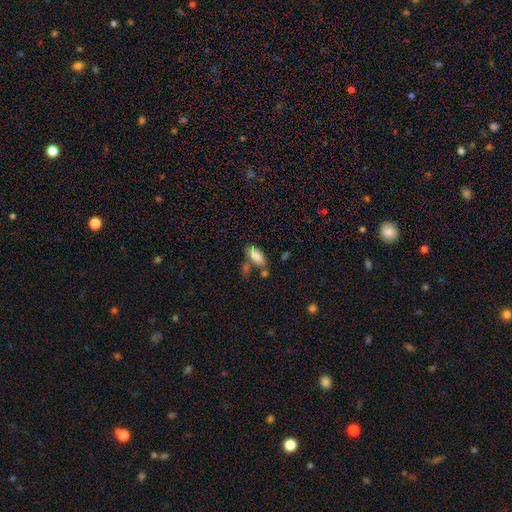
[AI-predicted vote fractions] A smooth galaxy with no disk features (83%) that is in between round and cigar-shaped (79%).

Vote fractions:
- Smooth or featured? smooth: 83% / featured or disk: 10% / star or artifact: 7%
- How rounded? in between: 79% / cigar-shaped: 18% / round: 2%
- Merging? none: 58% / minor disturbance: 18% / merger: 18% / major disturbance: 6%